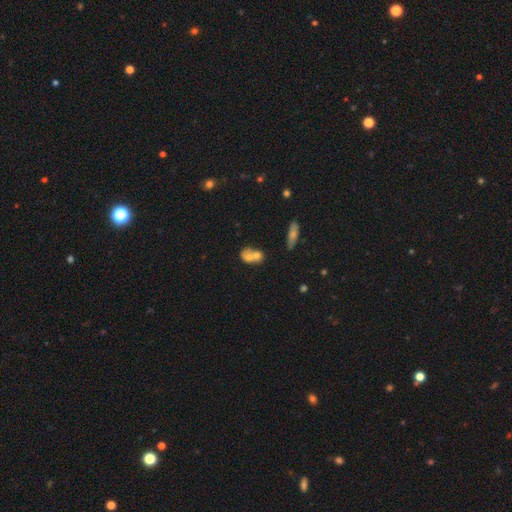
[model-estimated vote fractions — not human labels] Q: Smooth or featured?
A: smooth (63%); runner-up: featured or disk (26%)
Q: How rounded?
A: in between (58%); runner-up: round (39%)
Q: Merging?
A: merger (65%); runner-up: none (22%)